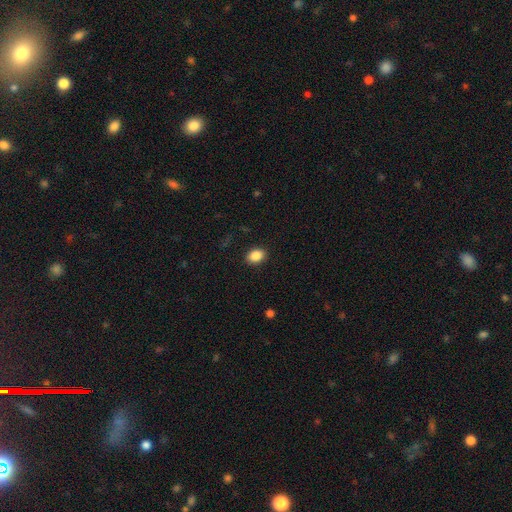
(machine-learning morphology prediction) type=smooth (87%); roundness=in between (71%); merging=none (89%).